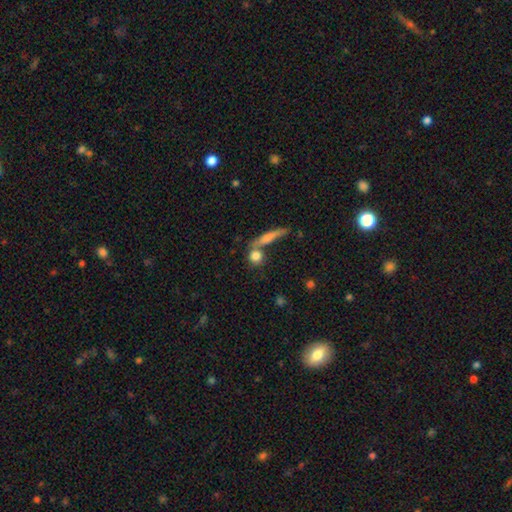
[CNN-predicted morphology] smooth 77%, featured or disk 14%, star or artifact 9%. Down the decision tree: how rounded — round (72%); merging — none (57%).